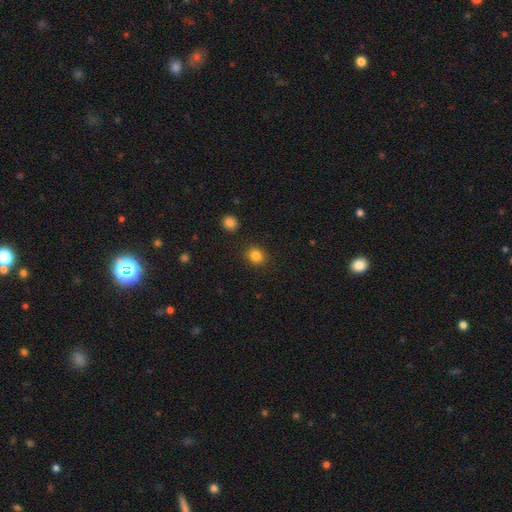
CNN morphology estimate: Smooth or featured? smooth (84%)
How rounded? round (77%)
Merging? none (90%)